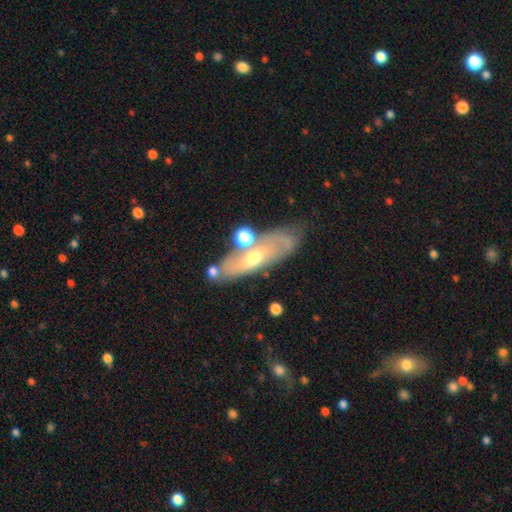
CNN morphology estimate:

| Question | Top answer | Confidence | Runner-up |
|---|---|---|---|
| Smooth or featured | featured or disk | 57% | smooth (35%) |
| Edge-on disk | no | 70% | yes (30%) |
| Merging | none | 60% | minor disturbance (20%) |